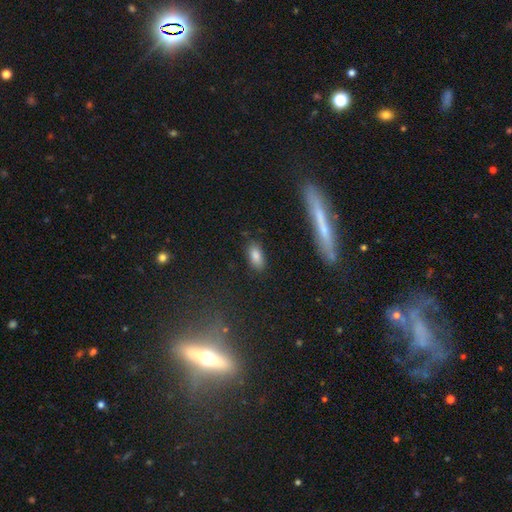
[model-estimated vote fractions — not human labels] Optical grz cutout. It shows a smooth galaxy with no disk features (79%) that is in between round and cigar-shaped (83%). Merging: none (84%).